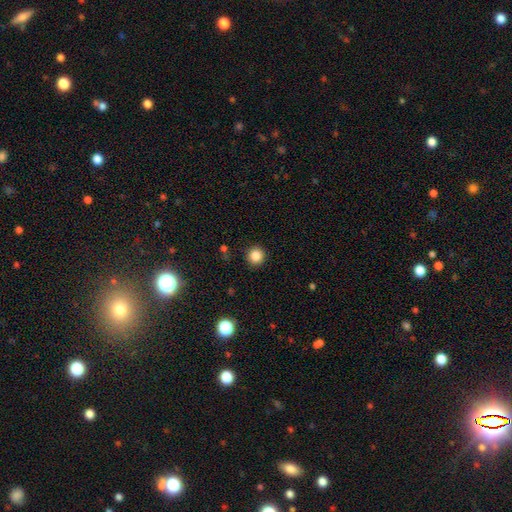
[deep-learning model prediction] A smooth galaxy with no disk features (84%) that is round (94%). Merging: none (92%).